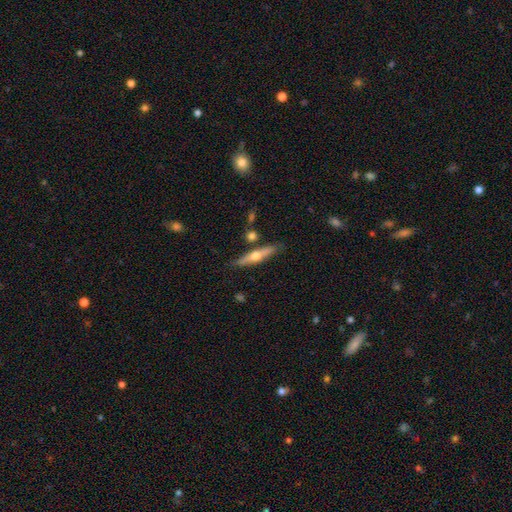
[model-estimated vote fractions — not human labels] Smooth or featured? featured or disk (58%)
Edge-on disk? yes (94%)
Edge-on bulge? rounded (93%)
Merging? none (81%)